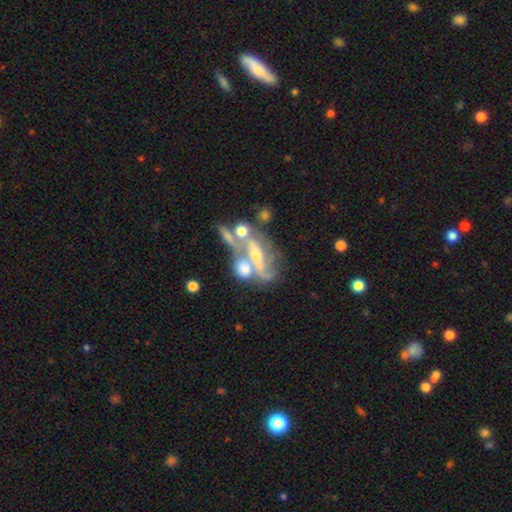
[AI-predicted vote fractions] Morphology: type=featured or disk (71%); edge-on=no (88%); bar=no (41%); spiral arms=yes (59%); bulge=small (43%); merging=merger (45%).